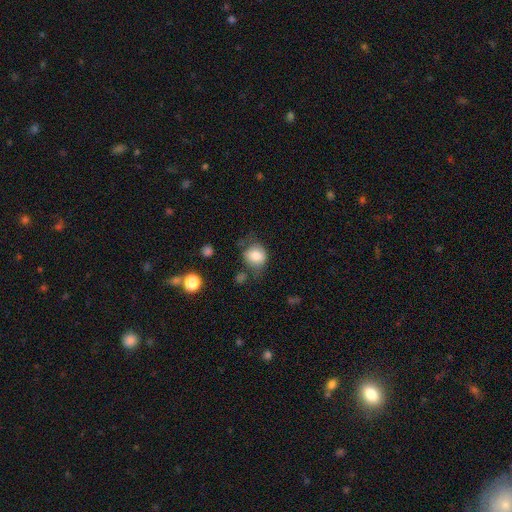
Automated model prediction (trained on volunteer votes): This appears to be a smooth galaxy with no disk features (76%) that is round (69%). Merging: none (52%).